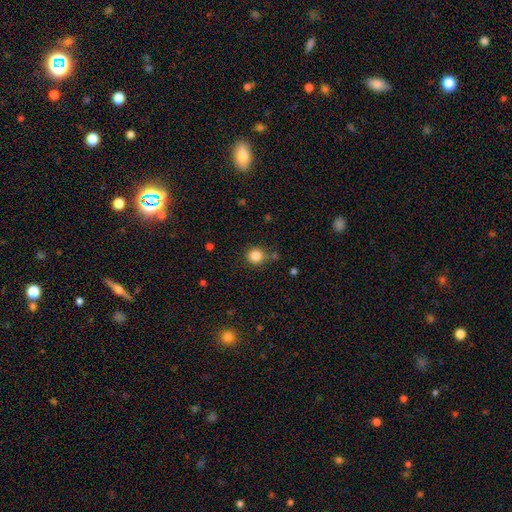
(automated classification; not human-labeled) Overall: smooth (84%). How rounded: round (91%). Merging: none (77%).